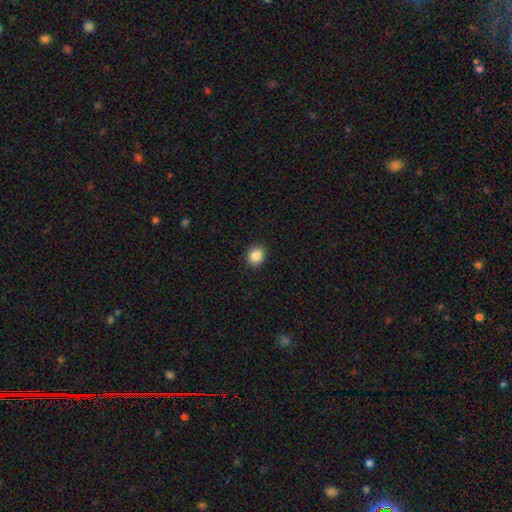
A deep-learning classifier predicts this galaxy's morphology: smooth_or_featured: smooth (p=0.87) [alt: star or artifact p=0.09]
how_rounded: round (p=0.77) [alt: in between p=0.22]
merging: none (p=0.92) [alt: minor disturbance p=0.06]